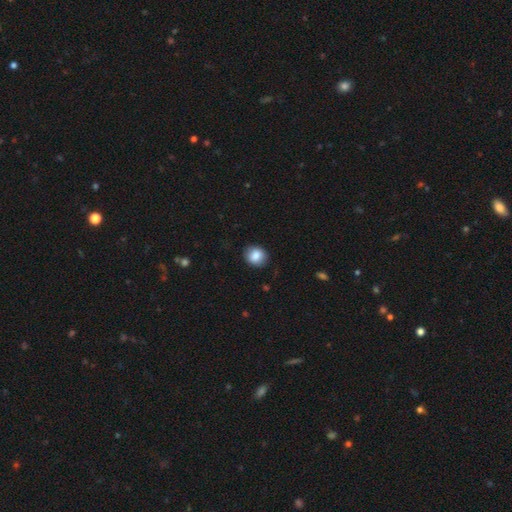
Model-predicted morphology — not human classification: smooth-or-featured: smooth: 85% | star or artifact: 8% | featured or disk: 7%
  how-rounded: round: 73% | in between: 26% | cigar-shaped: 1%
  merging: none: 86% | minor disturbance: 10% | major disturbance: 2% | merger: 1%